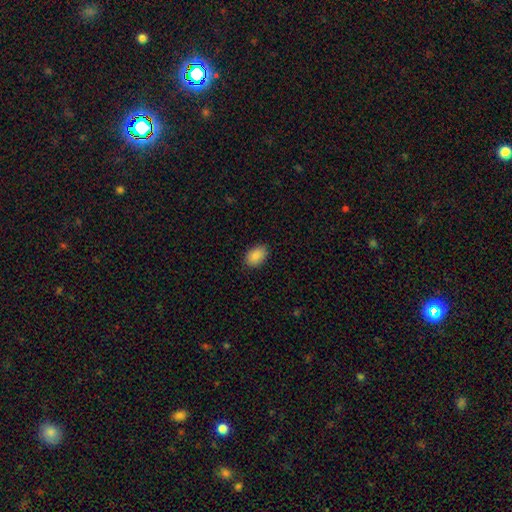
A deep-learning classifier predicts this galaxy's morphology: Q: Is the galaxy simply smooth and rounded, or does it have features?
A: smooth — 89%.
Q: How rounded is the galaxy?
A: in between — 86%.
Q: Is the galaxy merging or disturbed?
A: none — 86%.